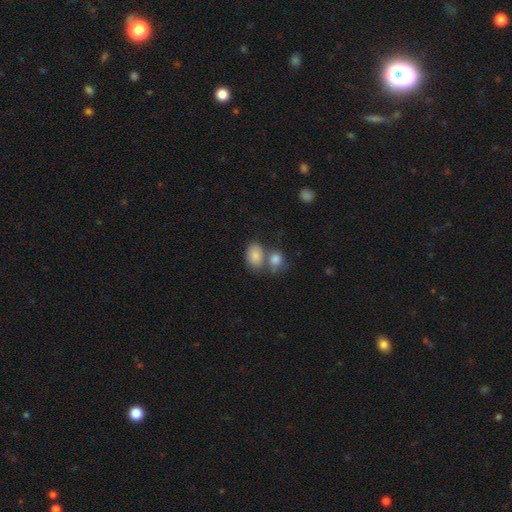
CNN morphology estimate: A smooth galaxy with no disk features (84%) that is in between round and cigar-shaped (79%). Merging: none (42%).